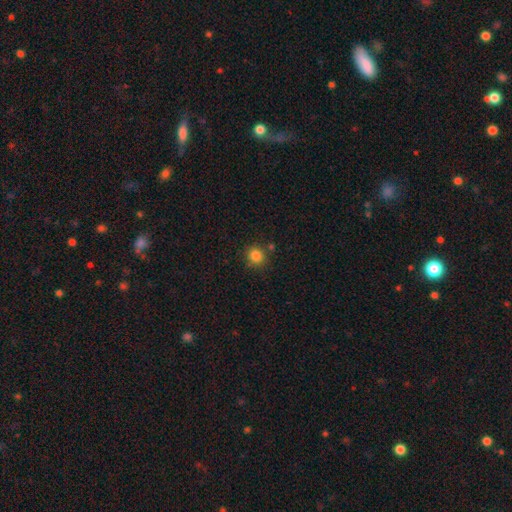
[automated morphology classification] Overall: smooth (84%). How rounded: round (91%). Merging: none (82%).